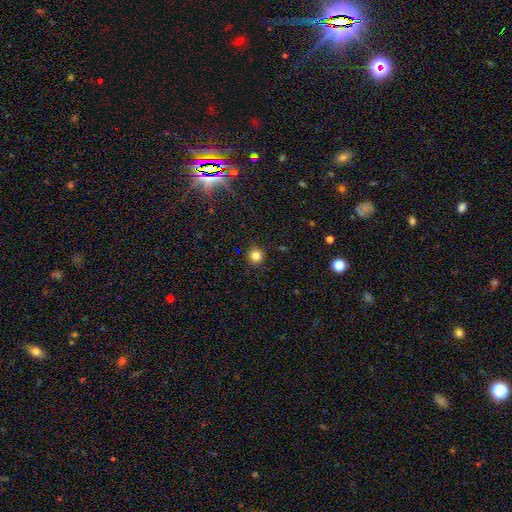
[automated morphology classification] type=smooth (82%); roundness=round (92%); merging=none (91%).